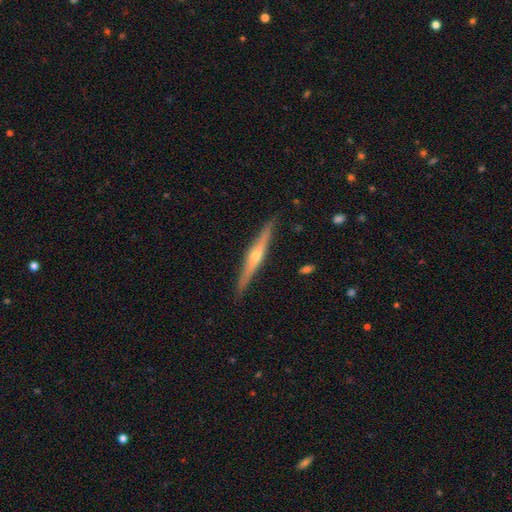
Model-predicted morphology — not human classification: This appears to be a featured or disk galaxy (74%) viewed edge-on (97%) with a rounded central bulge (85%). Merging: none (89%).